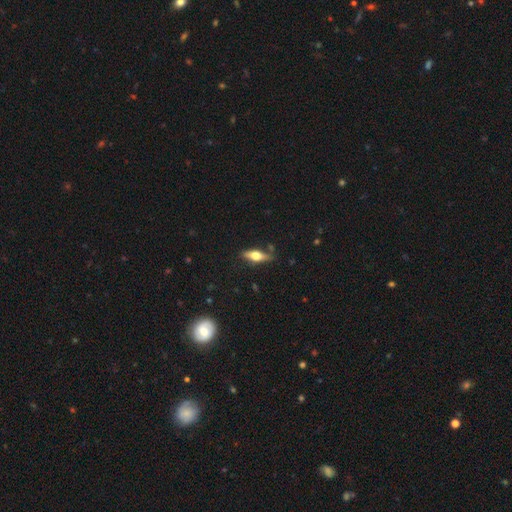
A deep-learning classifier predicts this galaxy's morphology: type=featured or disk (47%); merging=none (78%).